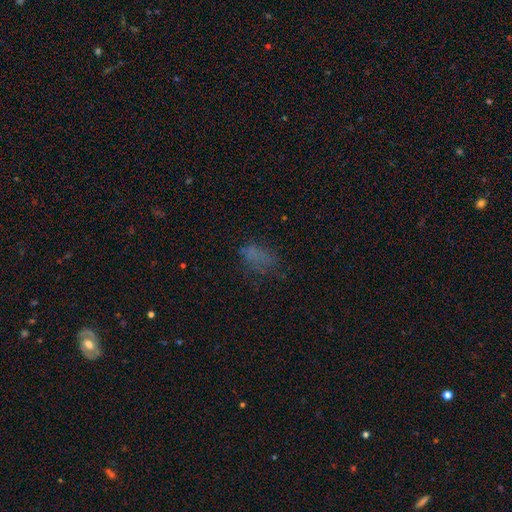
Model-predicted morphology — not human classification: type=smooth (56%); roundness=in between (80%); merging=none (50%).